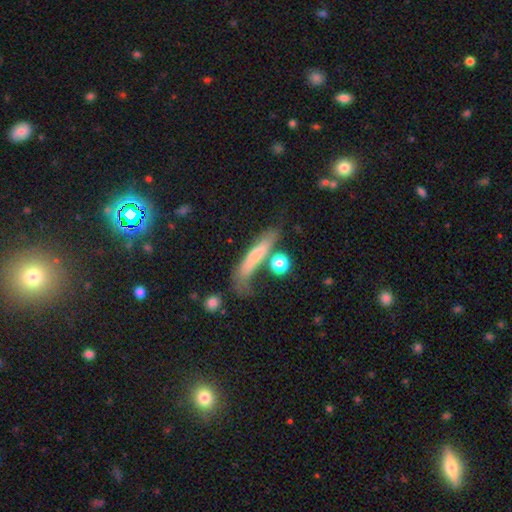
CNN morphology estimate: A smooth galaxy with no disk features (65%) that is cigar-shaped (81%). Merging: none (46%).